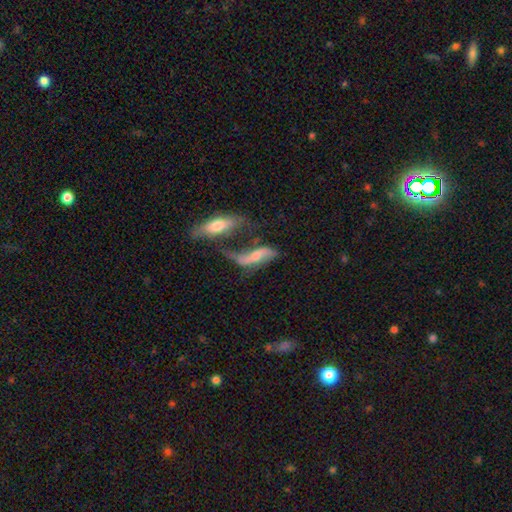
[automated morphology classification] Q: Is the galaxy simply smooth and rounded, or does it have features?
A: featured or disk — 61%.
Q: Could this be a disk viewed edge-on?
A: no — 78%.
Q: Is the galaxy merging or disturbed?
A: merger — 46%.